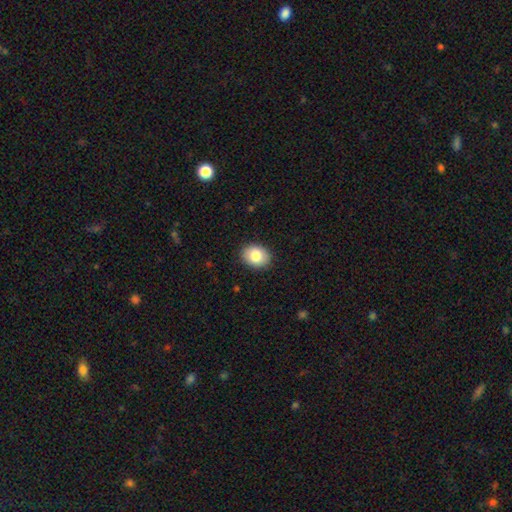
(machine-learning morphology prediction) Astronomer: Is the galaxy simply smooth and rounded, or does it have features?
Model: smooth — 83%.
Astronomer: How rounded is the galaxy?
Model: in between — 62% (runner-up: round, 37%).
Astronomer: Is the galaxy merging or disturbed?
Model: none — 89%.